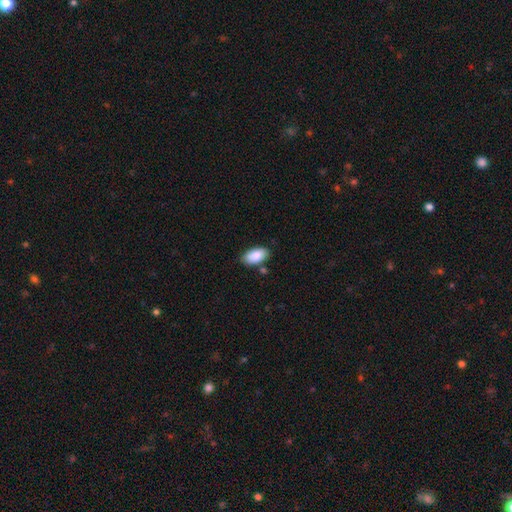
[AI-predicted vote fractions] The model was most divided on "merging": none: 78%, minor disturbance: 14%, merger: 5%, major disturbance: 3%. More confident: how rounded — in between (94%); smooth or featured — smooth (88%).